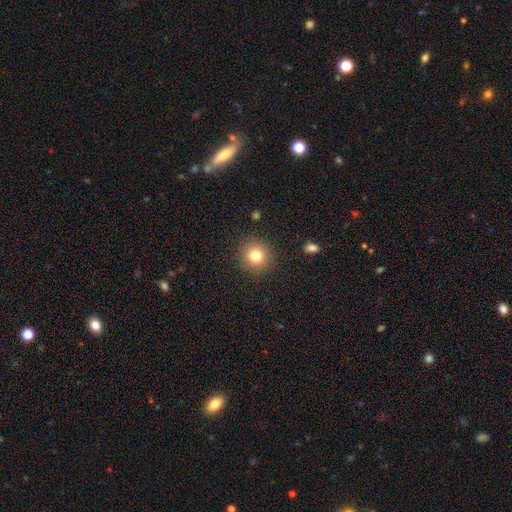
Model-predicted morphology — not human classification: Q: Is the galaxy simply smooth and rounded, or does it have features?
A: smooth — 80%.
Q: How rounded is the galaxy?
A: round — 92%.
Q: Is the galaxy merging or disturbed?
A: none — 90%.